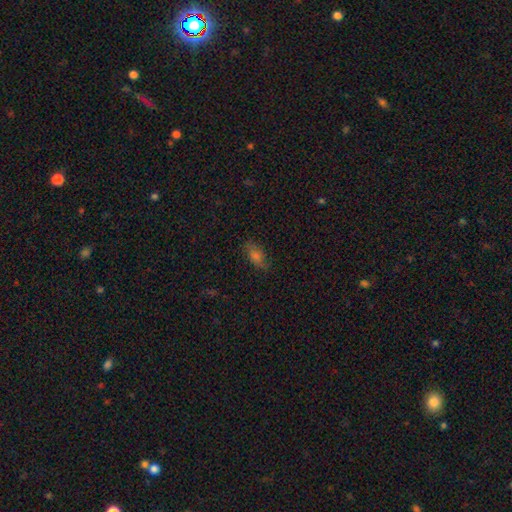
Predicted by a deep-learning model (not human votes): smooth_or_featured: smooth (p=0.57) [alt: featured or disk p=0.23]
how_rounded: in between (p=0.79) [alt: cigar-shaped p=0.13]
merging: none (p=0.78) [alt: minor disturbance p=0.16]